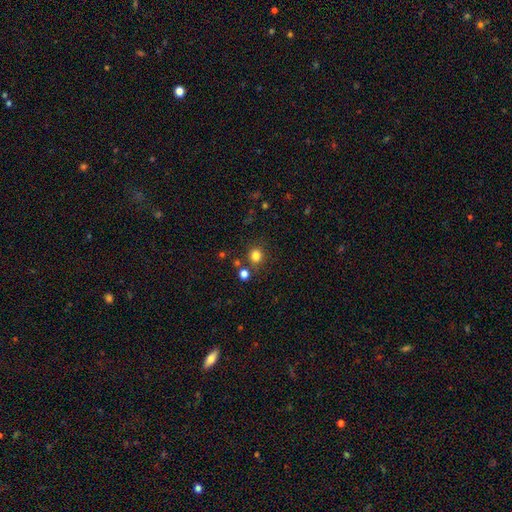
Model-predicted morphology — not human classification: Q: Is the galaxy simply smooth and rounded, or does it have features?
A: smooth — 81%.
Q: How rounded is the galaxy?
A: round — 88%.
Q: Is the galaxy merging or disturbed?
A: none — 80%.